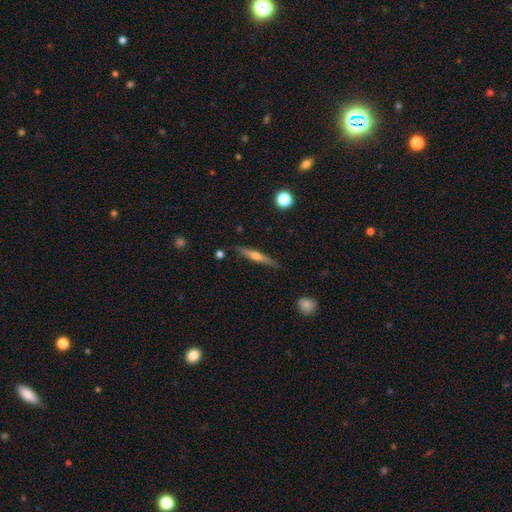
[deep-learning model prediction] Smooth or featured?
  - featured or disk: 58% *
  - smooth: 36%
  - star or artifact: 7%
Edge-on disk?
  - yes: 97% *
  - no: 3%
Edge-on bulge?
  - rounded: 72% *
  - none: 16%
  - boxy: 12%
Merging?
  - none: 86% *
  - minor disturbance: 10%
  - major disturbance: 2%
  - merger: 2%